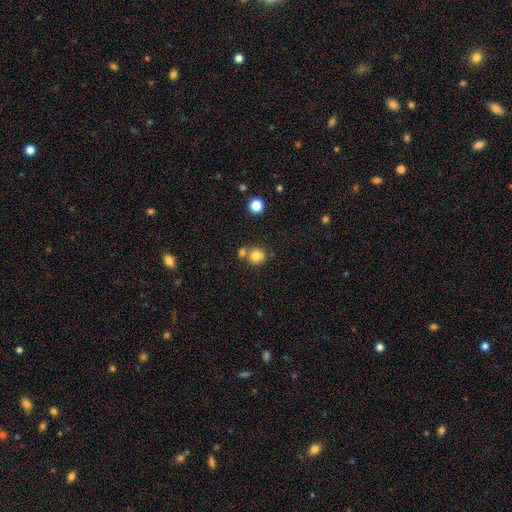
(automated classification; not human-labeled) Smooth or featured?
  - smooth: 79% *
  - star or artifact: 12%
  - featured or disk: 9%
How rounded?
  - round: 85% *
  - in between: 14%
  - cigar-shaped: 1%
Merging?
  - none: 62% *
  - merger: 24%
  - minor disturbance: 11%
  - major disturbance: 3%